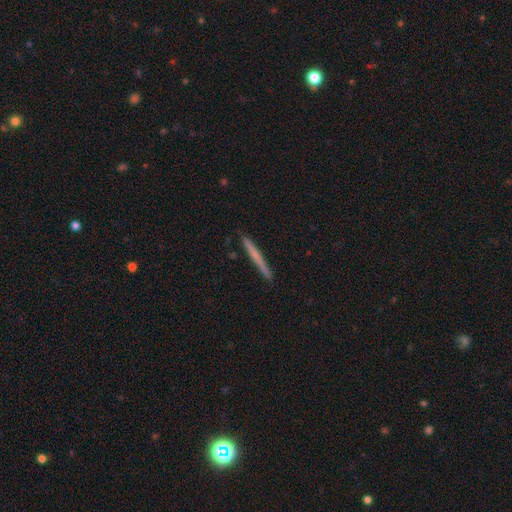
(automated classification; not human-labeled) A smooth galaxy with no disk features (57%) that is cigar-shaped (97%). Merging: none (91%).